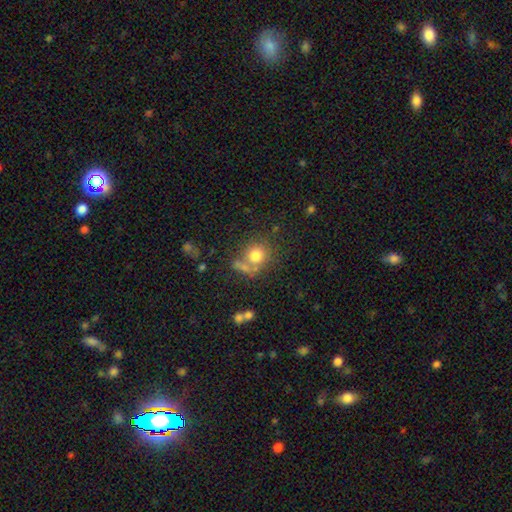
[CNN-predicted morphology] Smooth or featured: smooth — 75% (star or artifact — 13%)
How rounded: round — 85% (in between — 14%)
Merging: none — 57% (merger — 20%)